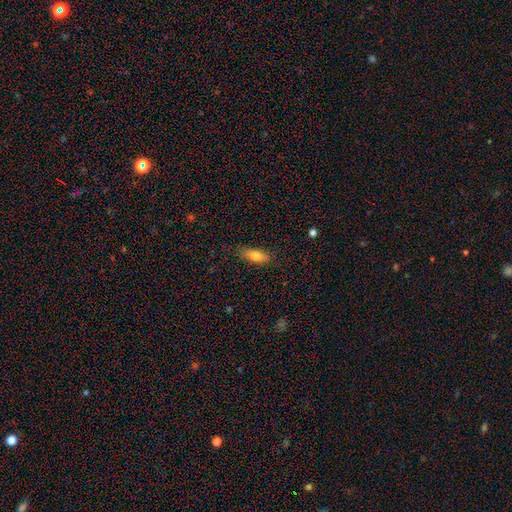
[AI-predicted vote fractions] Q: Smooth or featured?
A: smooth (76%); runner-up: featured or disk (17%)
Q: How rounded?
A: in between (68%); runner-up: cigar-shaped (29%)
Q: Merging?
A: none (81%); runner-up: minor disturbance (15%)